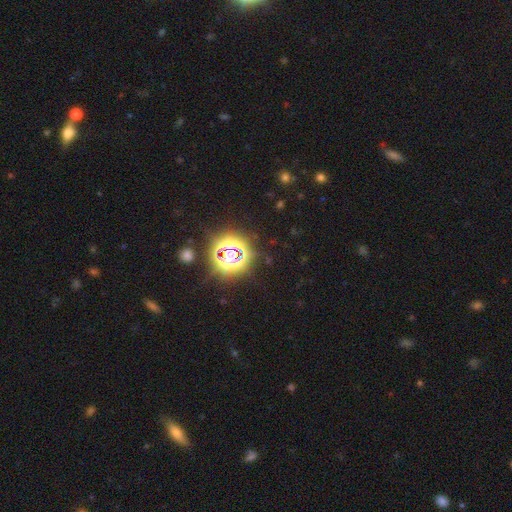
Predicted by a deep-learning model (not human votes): Smooth or featured? Predicted: star or artifact (p=0.79).